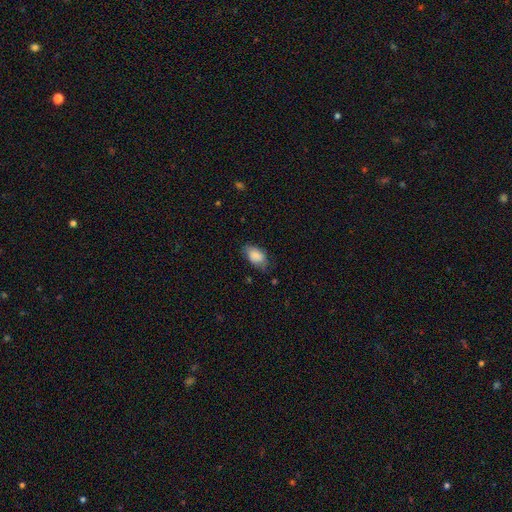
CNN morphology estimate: Overall: smooth (84%). How rounded: in between (91%). Merging: none (64%; minor disturbance 28%).